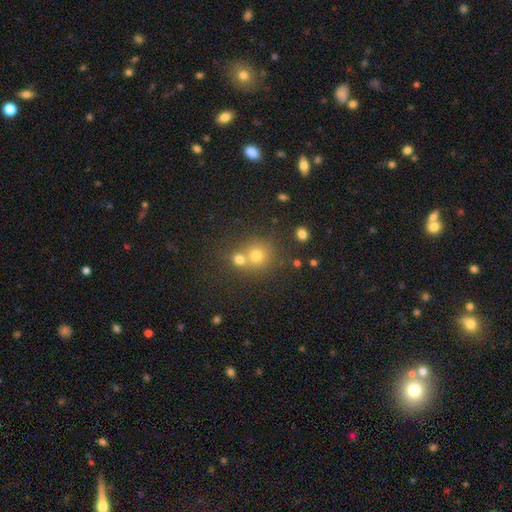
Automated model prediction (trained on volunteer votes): smooth-or-featured: smooth: 69% | star or artifact: 18% | featured or disk: 13%
  how-rounded: round: 84% | in between: 15% | cigar-shaped: 1%
  merging: merger: 47% | none: 44% | minor disturbance: 7% | major disturbance: 3%